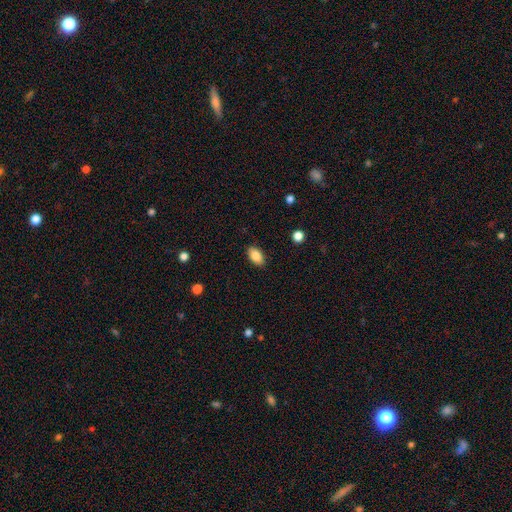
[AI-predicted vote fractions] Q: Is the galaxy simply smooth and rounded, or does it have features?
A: smooth — 87%.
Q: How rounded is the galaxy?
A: in between — 92%.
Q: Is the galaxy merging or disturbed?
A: none — 88%.